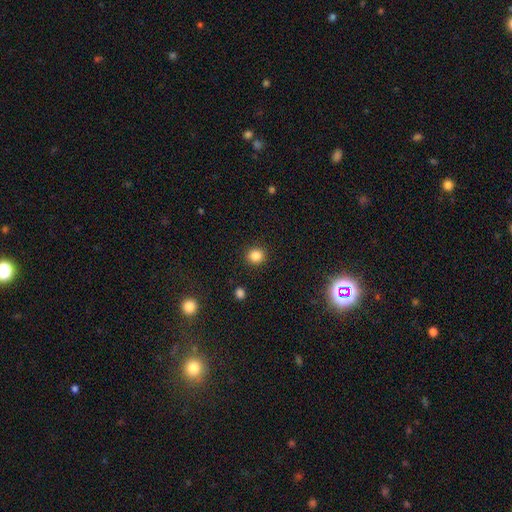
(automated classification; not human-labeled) Smooth or featured? smooth (85%)
How rounded? round (87%)
Merging? none (91%)